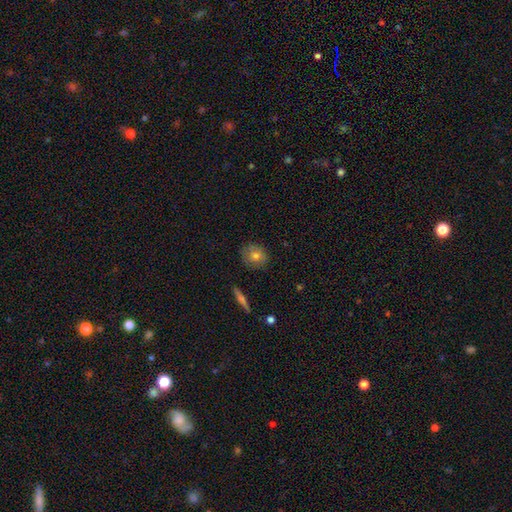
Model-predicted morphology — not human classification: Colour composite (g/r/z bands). It shows a smooth galaxy with no disk features (73%) that is round (78%). Merging: none (81%).